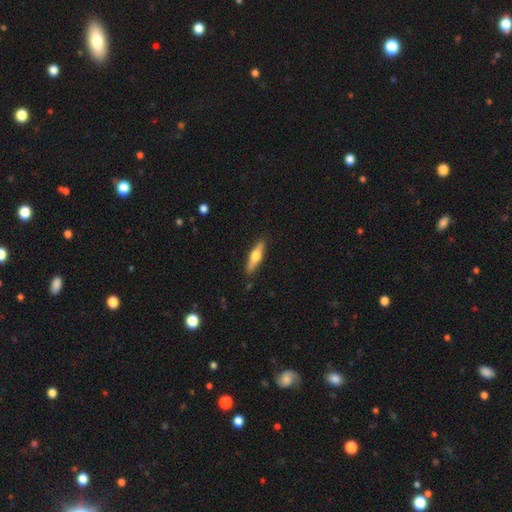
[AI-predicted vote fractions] smooth-or-featured: smooth: 48% | featured or disk: 46% | star or artifact: 5%
  merging: none: 88% | minor disturbance: 9% | major disturbance: 2% | merger: 1%